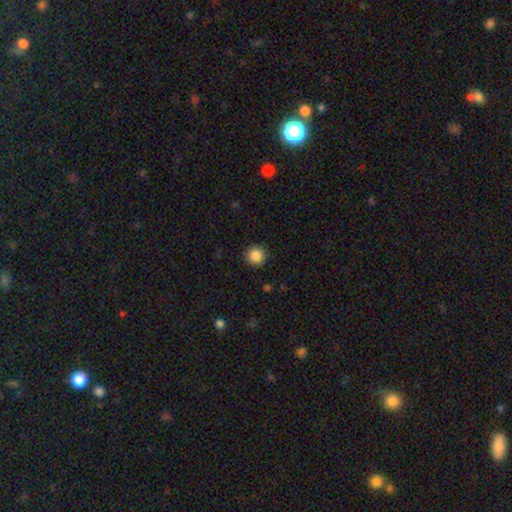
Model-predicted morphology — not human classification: smooth_or_featured: smooth (p=0.88) [alt: star or artifact p=0.09]
how_rounded: round (p=0.95) [alt: in between p=0.04]
merging: none (p=0.92) [alt: minor disturbance p=0.05]